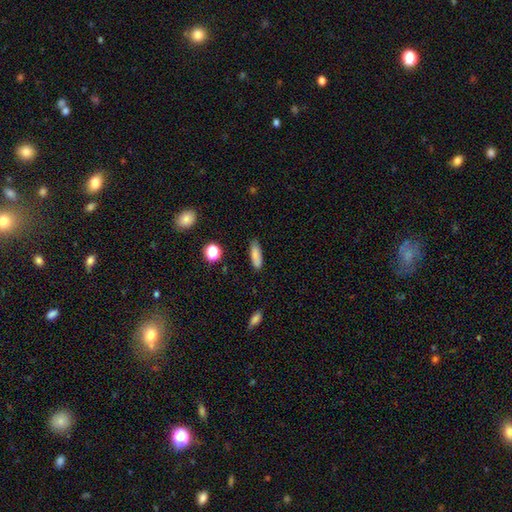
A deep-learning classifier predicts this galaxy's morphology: Smooth or featured: smooth — 83% (star or artifact — 9%)
How rounded: in between — 54% (cigar-shaped — 43%)
Merging: none — 85% (minor disturbance — 11%)